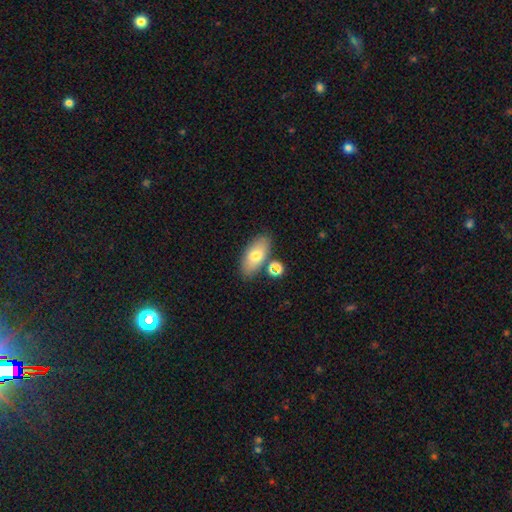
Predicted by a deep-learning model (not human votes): smooth 73%, featured or disk 20%, star or artifact 8%. Down the decision tree: how rounded — in between (88%); merging — none (77%).